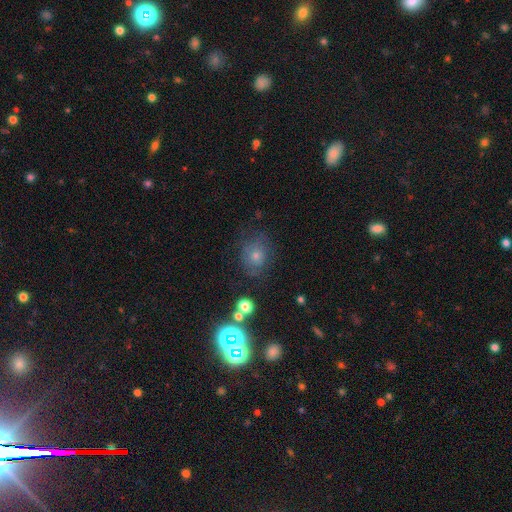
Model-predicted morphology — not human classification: This is possibly a smooth galaxy (47%). Merging: likely none (73%).